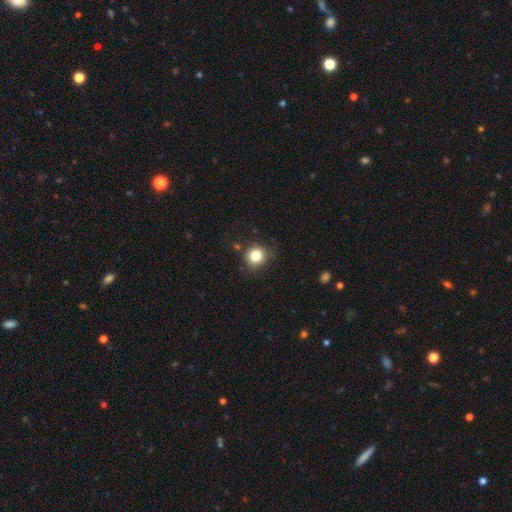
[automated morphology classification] Smooth or featured?
  - smooth: 81% *
  - star or artifact: 11%
  - featured or disk: 7%
How rounded?
  - round: 84% *
  - in between: 15%
  - cigar-shaped: 1%
Merging?
  - none: 78% *
  - minor disturbance: 15%
  - major disturbance: 4%
  - merger: 3%